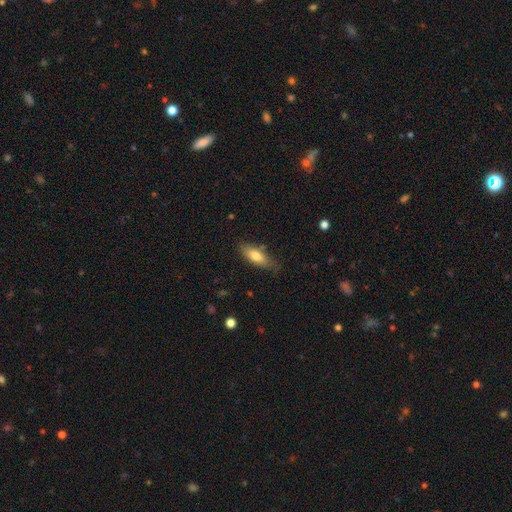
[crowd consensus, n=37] Smooth or featured: smooth — 68% (featured or disk — 19%)
How rounded: in between — 84% (cigar-shaped — 12%)
Merging: none — 72% (minor disturbance — 25%)